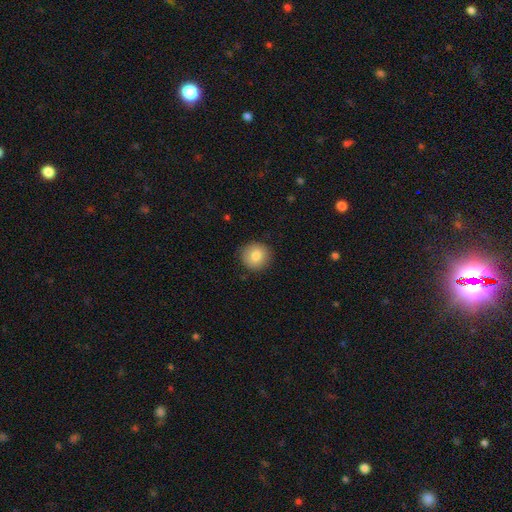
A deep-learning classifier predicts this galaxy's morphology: Smooth or featured? Predicted: smooth (p=0.82). How rounded? Predicted: round (p=0.91). Merging? Predicted: none (p=0.89).